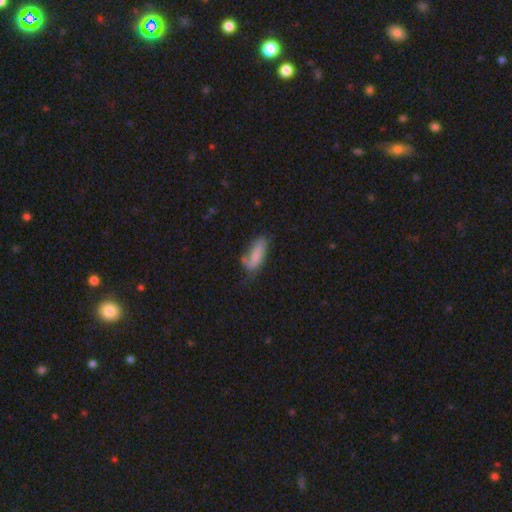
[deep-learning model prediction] The model was most divided on "merging": none: 47%, minor disturbance: 31%, major disturbance: 15%, merger: 6%. More confident: smooth or featured — smooth (71%); how rounded — in between (65%).